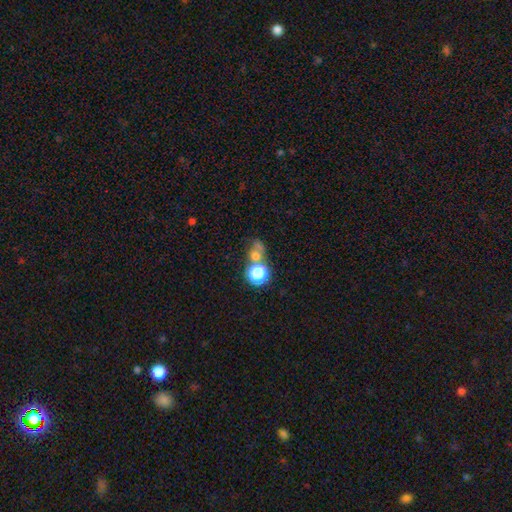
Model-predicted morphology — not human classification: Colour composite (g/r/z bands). It shows a smooth galaxy with no disk features (55%) that is round (72%). Merging: none (43%).